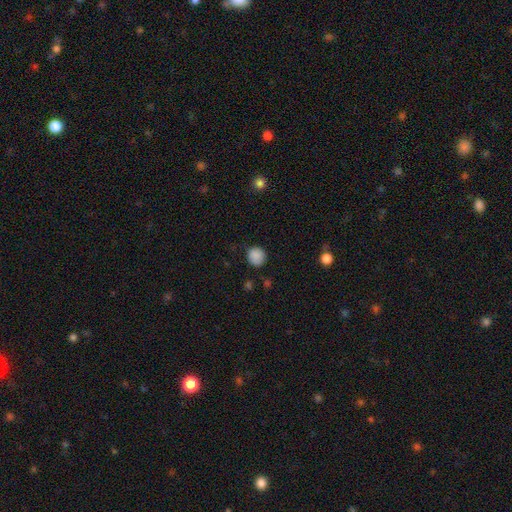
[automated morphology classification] Smooth or featured?
  - smooth: 87% *
  - star or artifact: 9%
  - featured or disk: 4%
How rounded?
  - round: 89% *
  - in between: 10%
  - cigar-shaped: 1%
Merging?
  - none: 80% *
  - minor disturbance: 15%
  - major disturbance: 3%
  - merger: 2%